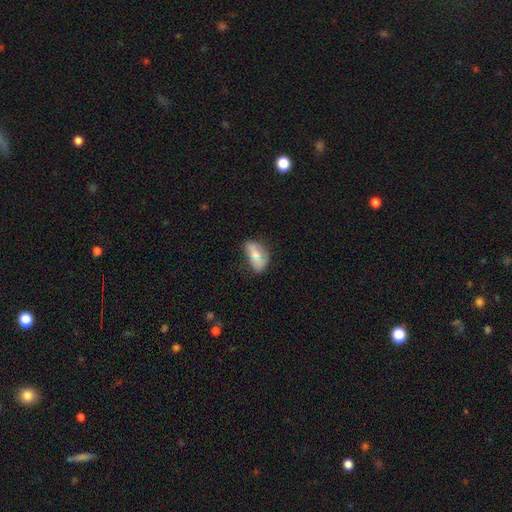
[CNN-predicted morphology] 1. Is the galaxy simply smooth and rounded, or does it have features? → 61% smooth, 31% featured or disk, 8% star or artifact.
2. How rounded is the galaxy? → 87% in between, 7% round, 6% cigar-shaped.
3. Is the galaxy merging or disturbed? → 49% none, 33% minor disturbance, 13% major disturbance, 5% merger.